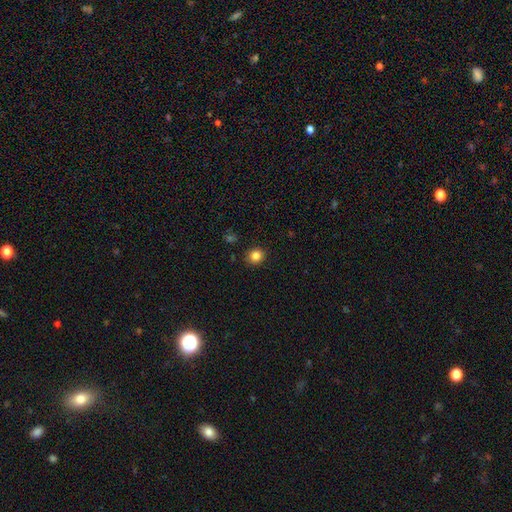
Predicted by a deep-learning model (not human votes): Q: Smooth or featured?
A: smooth (84%); runner-up: star or artifact (11%)
Q: How rounded?
A: round (81%); runner-up: in between (18%)
Q: Merging?
A: none (90%); runner-up: minor disturbance (7%)